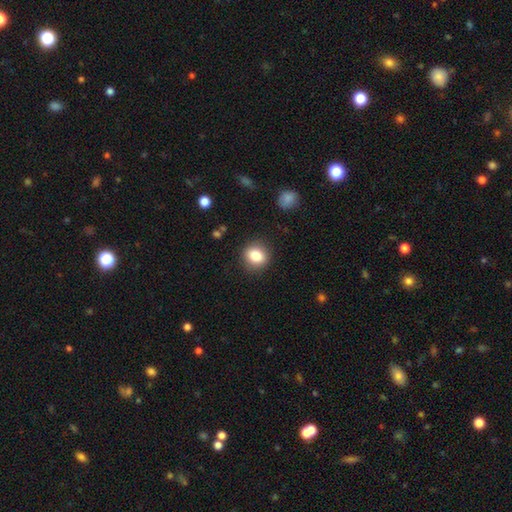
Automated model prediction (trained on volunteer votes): Overall: smooth (83%). How rounded: round (75%). Merging: none (88%).